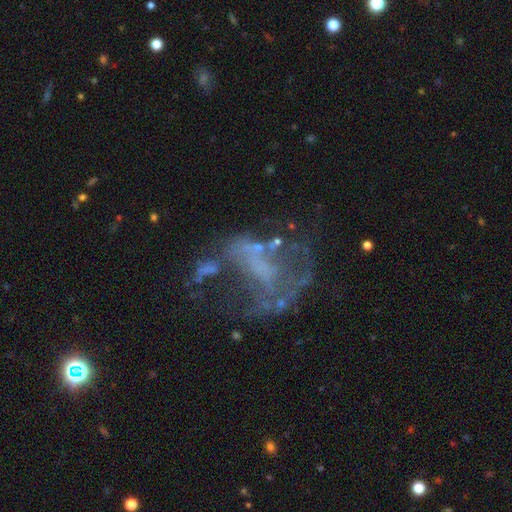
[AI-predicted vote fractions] This appears to be a featured or disk galaxy (67%) with no bar (70%), no spiral arms (71%) and no central bulge (71%). Merging: major disturbance (43%).